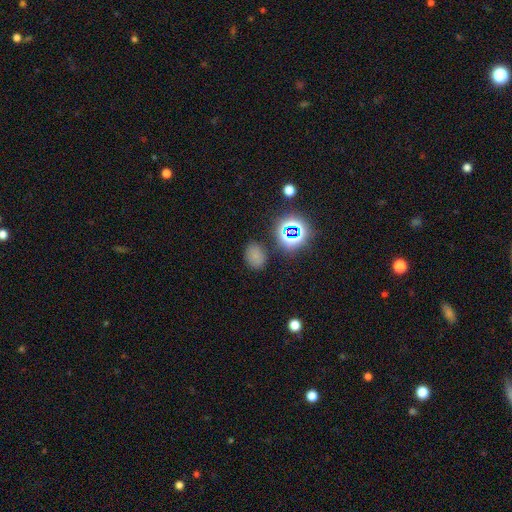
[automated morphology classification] The model was most divided on "how rounded": in between: 68%, round: 31%, cigar-shaped: 1%. More confident: merging — none (78%); smooth or featured — smooth (68%).